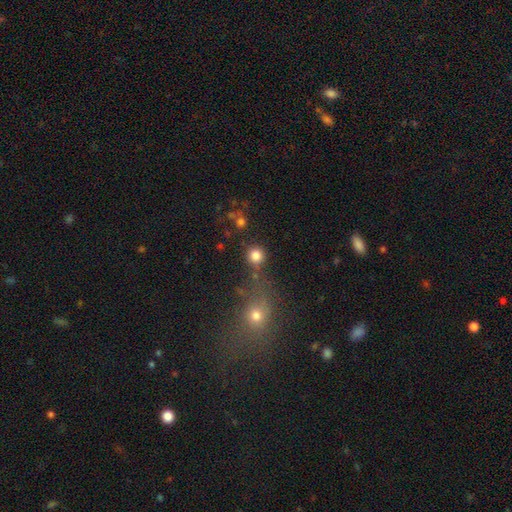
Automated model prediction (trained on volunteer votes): smooth_or_featured: smooth (p=0.82) [alt: star or artifact p=0.13]
how_rounded: round (p=0.92) [alt: in between p=0.07]
merging: none (p=0.75) [alt: merger p=0.12]